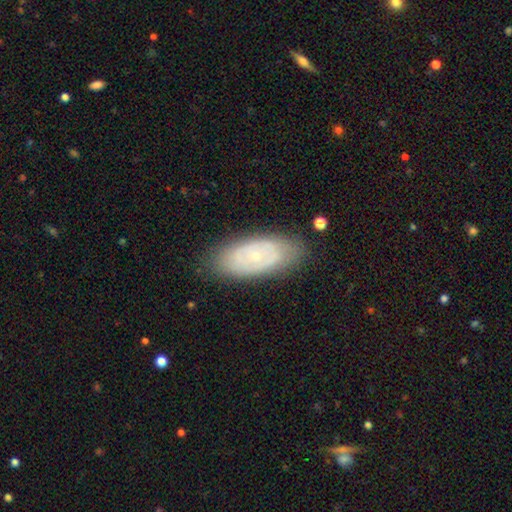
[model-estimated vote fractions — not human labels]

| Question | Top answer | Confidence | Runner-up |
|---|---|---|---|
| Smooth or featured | featured or disk | 60% | smooth (33%) |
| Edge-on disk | no | 90% | yes (10%) |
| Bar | no | 87% | weak (10%) |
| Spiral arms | no | 63% | yes (37%) |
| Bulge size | small | 74% | moderate (23%) |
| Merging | none | 80% | minor disturbance (15%) |